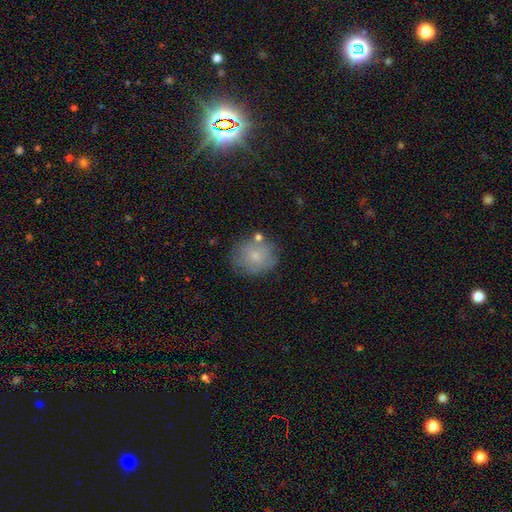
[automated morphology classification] type=smooth (72%); roundness=round (81%); merging=none (69%).